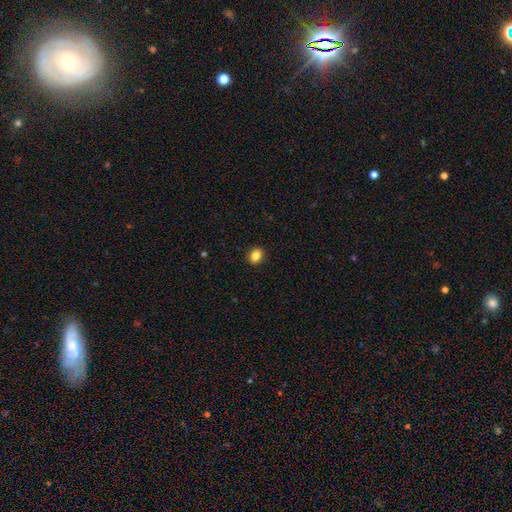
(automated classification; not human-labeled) Morphology: type=smooth (86%); roundness=round (53%); merging=none (91%).